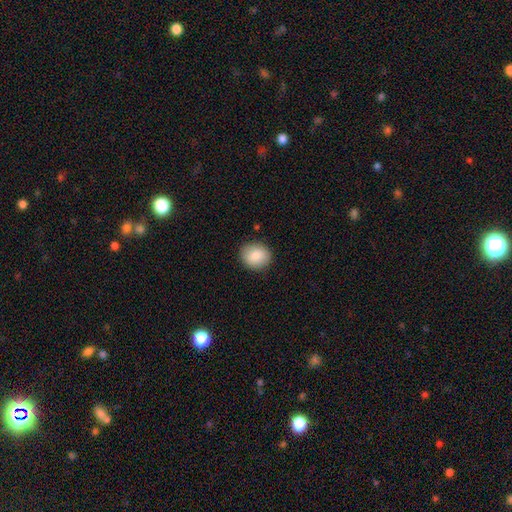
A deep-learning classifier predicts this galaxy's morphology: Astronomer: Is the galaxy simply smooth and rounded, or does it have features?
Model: smooth — 86%.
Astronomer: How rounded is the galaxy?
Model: round — 74%.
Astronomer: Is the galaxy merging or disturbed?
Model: none — 88%.